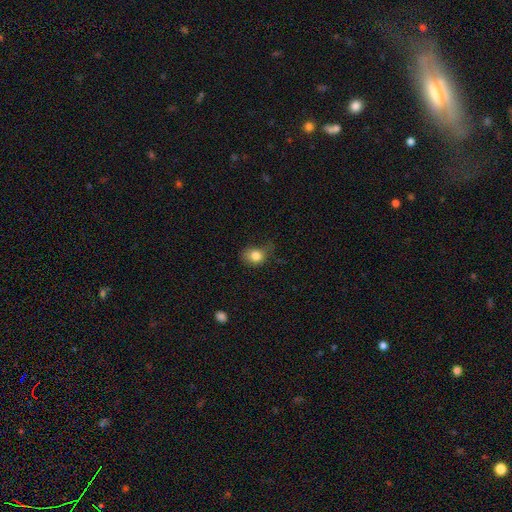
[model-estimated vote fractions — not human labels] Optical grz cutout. It shows a smooth galaxy with no disk features (82%) that is round (54%). Merging: none (44%).